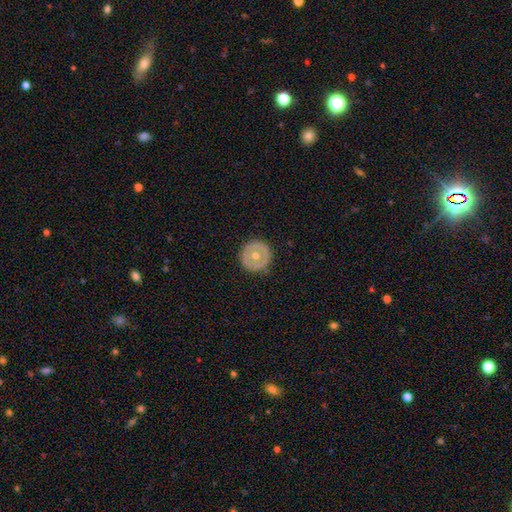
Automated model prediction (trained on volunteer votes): This appears to be a smooth galaxy with no disk features (48%). Merging: none (89%).